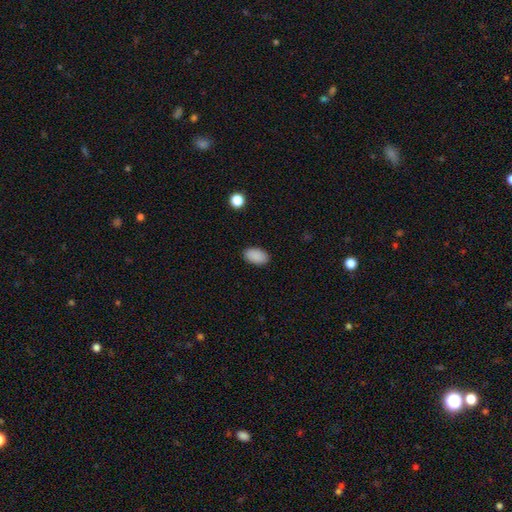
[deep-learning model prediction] This is clearly a smooth galaxy (89%). How rounded: clearly in between (92%). Merging: clearly none (88%).